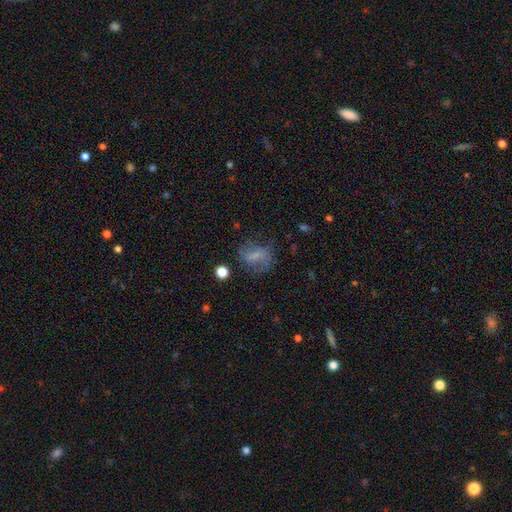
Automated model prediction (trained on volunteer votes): Q: Smooth or featured?
A: smooth (53%); runner-up: featured or disk (34%)
Q: How rounded?
A: in between (53%); runner-up: round (44%)
Q: Merging?
A: none (54%); runner-up: minor disturbance (22%)